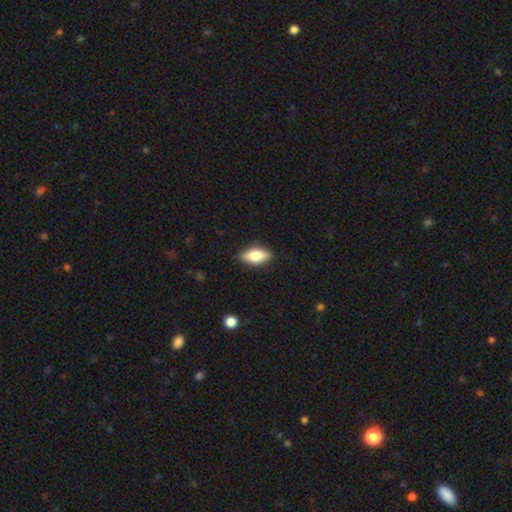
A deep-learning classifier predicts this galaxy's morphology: Smooth or featured? Predicted: smooth (p=0.73). How rounded? Predicted: in between (p=0.84). Merging? Predicted: none (p=0.87).